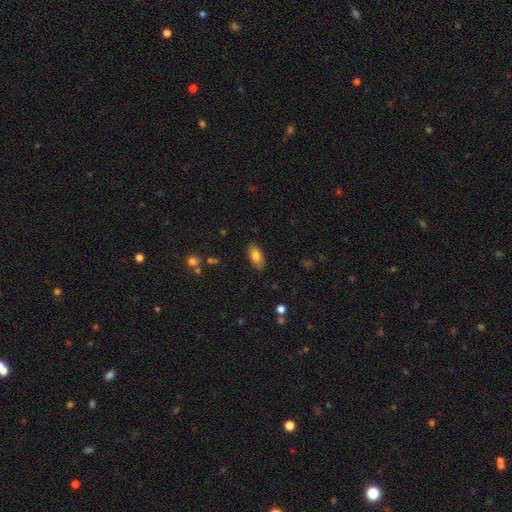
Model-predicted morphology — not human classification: smooth 81%, featured or disk 12%, star or artifact 7%. Down the decision tree: how rounded — in between (90%); merging — none (85%).